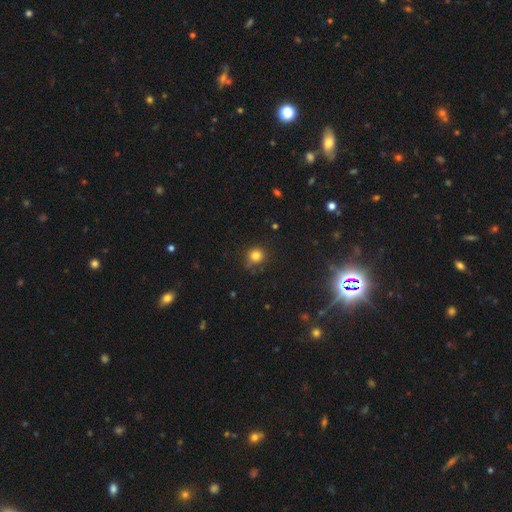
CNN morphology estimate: smooth-or-featured: smooth: 80% | star or artifact: 14% | featured or disk: 6%
  how-rounded: round: 88% | in between: 11% | cigar-shaped: 1%
  merging: none: 75% | minor disturbance: 18% | major disturbance: 4% | merger: 2%